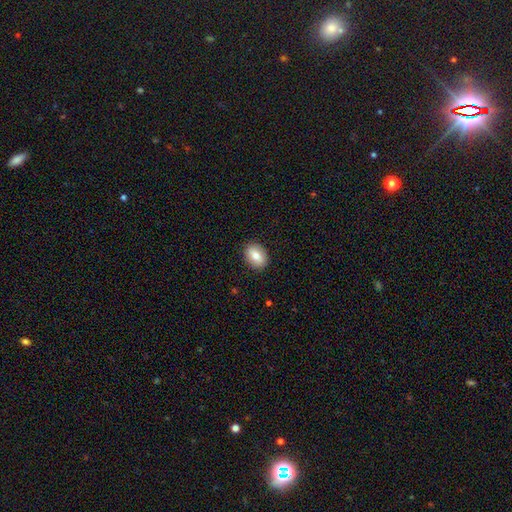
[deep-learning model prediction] The model was most divided on "how rounded": in between: 72%, round: 26%, cigar-shaped: 1%. More confident: merging — none (89%); smooth or featured — smooth (75%).